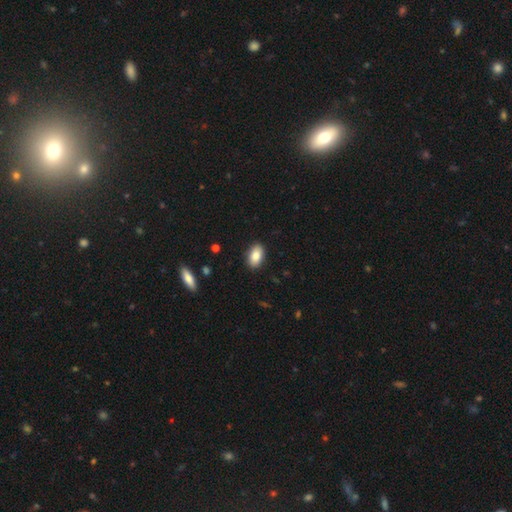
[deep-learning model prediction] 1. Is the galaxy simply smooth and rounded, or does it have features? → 85% smooth, 8% featured or disk, 7% star or artifact.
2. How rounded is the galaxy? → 92% in between, 6% round, 2% cigar-shaped.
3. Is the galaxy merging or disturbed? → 89% none, 8% minor disturbance, 2% major disturbance, 1% merger.